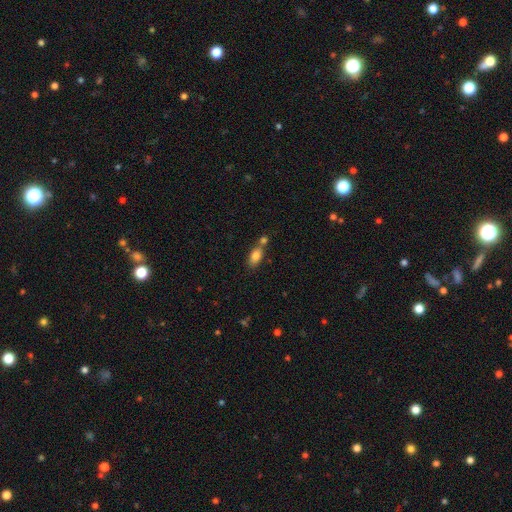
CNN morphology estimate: smooth 82%, featured or disk 10%, star or artifact 8%. Down the decision tree: how rounded — in between (87%); merging — none (49%).